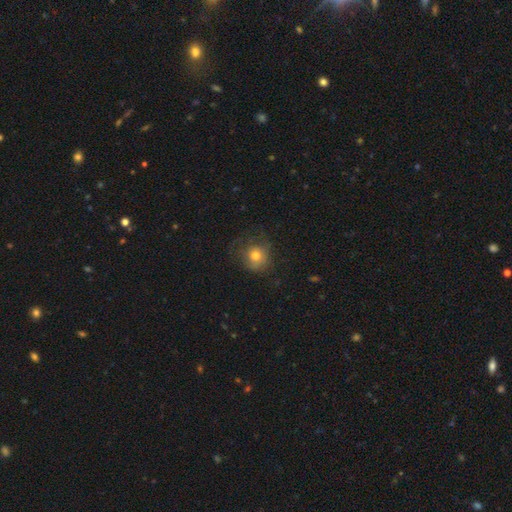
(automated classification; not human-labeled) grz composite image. It shows a smooth galaxy with no disk features (75%) that is round (86%). Merging: none (64%).